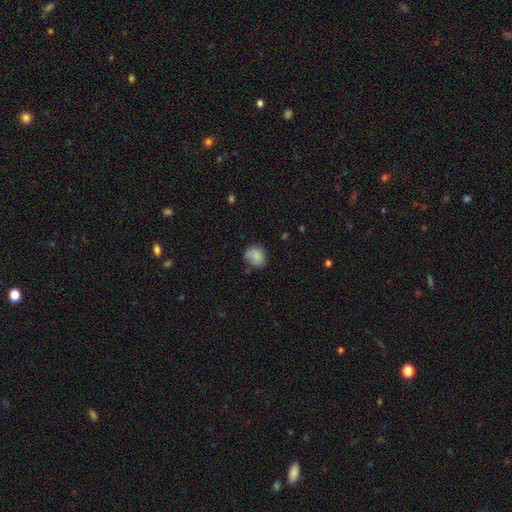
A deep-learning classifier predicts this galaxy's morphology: Smooth or featured? smooth (76%)
How rounded? round (62%)
Merging? none (60%)